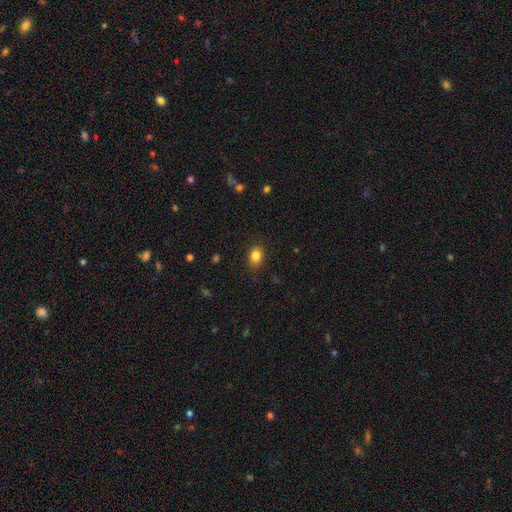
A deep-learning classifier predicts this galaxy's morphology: This is clearly a smooth galaxy (84%). How rounded: likely in between (61%). Merging: clearly none (85%).